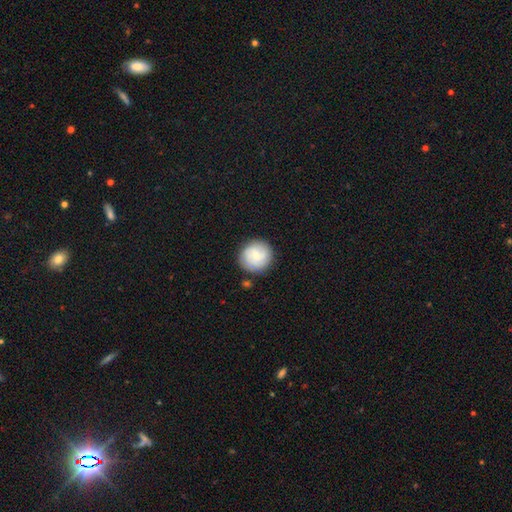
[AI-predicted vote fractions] A smooth galaxy with no disk features (62%) that is round (93%). Merging: none (85%).